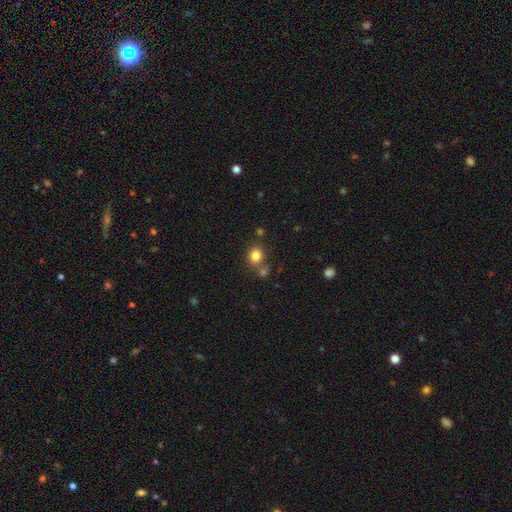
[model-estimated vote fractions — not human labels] Morphology: type=smooth (81%); roundness=round (71%); merging=none (68%).